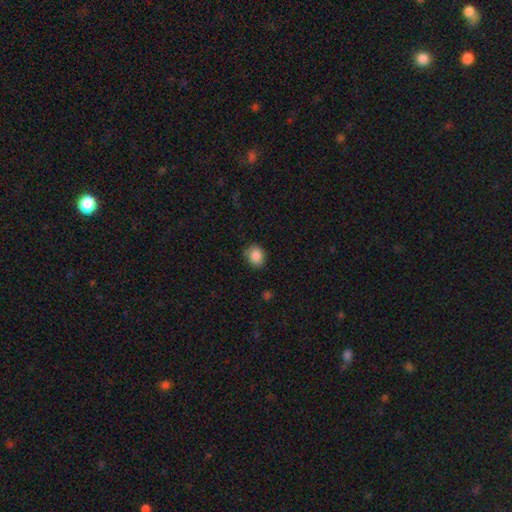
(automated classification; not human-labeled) A smooth galaxy with no disk features (87%) that is round (54%). Merging: none (80%).